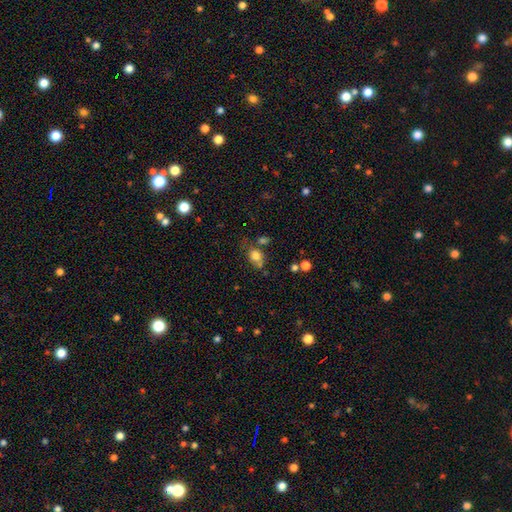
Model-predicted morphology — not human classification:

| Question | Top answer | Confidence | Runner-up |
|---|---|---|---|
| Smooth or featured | smooth | 78% | star or artifact (12%) |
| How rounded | in between | 55% | round (44%) |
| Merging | none | 49% | minor disturbance (23%) |